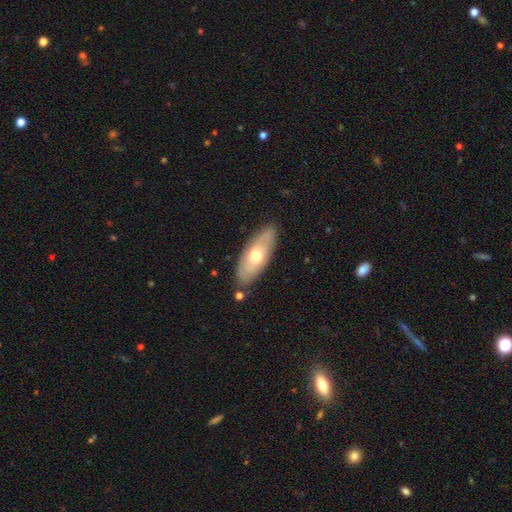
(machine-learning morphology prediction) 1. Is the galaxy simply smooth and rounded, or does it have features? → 48% featured or disk, 47% smooth, 6% star or artifact.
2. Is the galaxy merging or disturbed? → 82% none, 13% minor disturbance, 3% major disturbance, 2% merger.